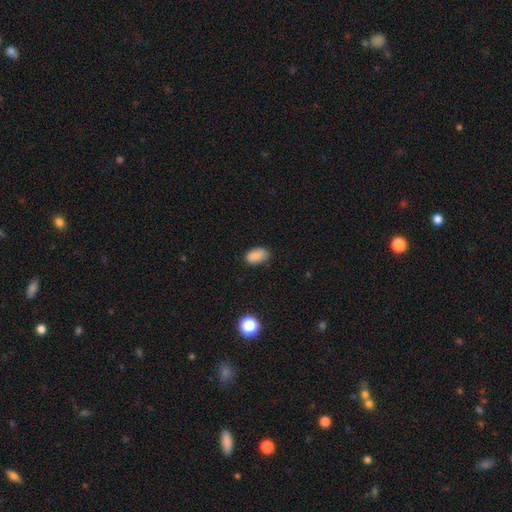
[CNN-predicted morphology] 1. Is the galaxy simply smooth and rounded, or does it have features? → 86% smooth, 9% star or artifact, 4% featured or disk.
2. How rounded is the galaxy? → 90% in between, 8% round, 2% cigar-shaped.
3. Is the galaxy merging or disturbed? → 79% none, 17% minor disturbance, 3% major disturbance, 1% merger.